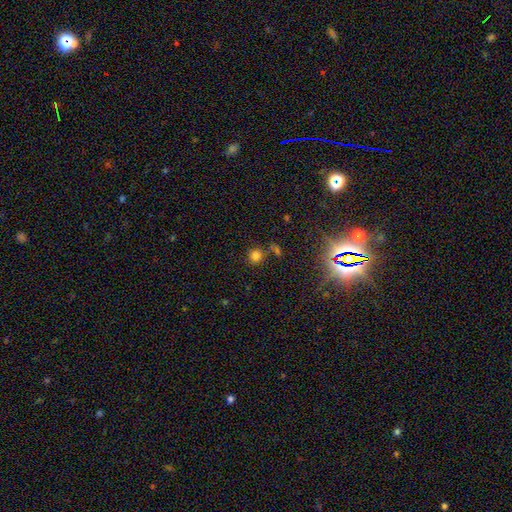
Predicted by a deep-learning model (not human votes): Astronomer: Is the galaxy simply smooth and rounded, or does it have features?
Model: smooth — 77%.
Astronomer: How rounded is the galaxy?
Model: round — 90%.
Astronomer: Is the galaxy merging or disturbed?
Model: none — 73%.